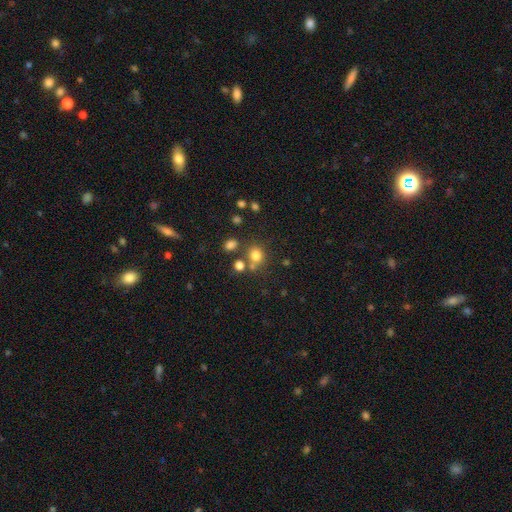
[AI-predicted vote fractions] Q: Smooth or featured?
A: smooth (76%); runner-up: star or artifact (16%)
Q: How rounded?
A: round (75%); runner-up: in between (24%)
Q: Merging?
A: none (64%); runner-up: merger (19%)